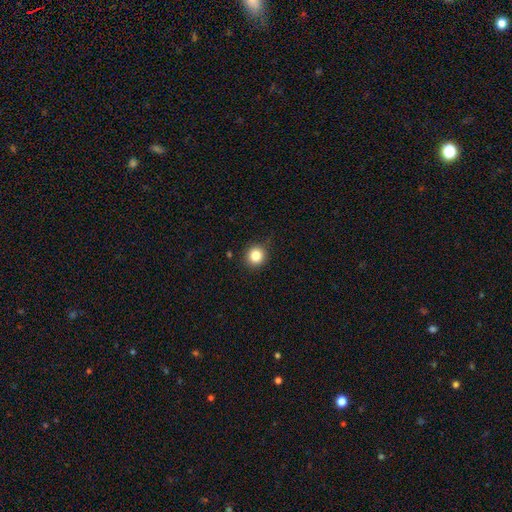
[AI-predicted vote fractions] Q: Smooth or featured?
A: smooth (84%); runner-up: star or artifact (11%)
Q: How rounded?
A: round (92%); runner-up: in between (7%)
Q: Merging?
A: none (89%); runner-up: minor disturbance (8%)